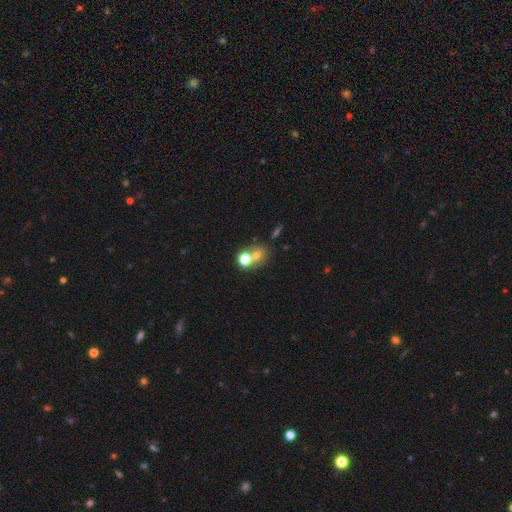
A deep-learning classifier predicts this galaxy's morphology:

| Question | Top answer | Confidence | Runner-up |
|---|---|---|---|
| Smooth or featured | smooth | 66% | star or artifact (17%) |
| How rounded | round | 63% | in between (36%) |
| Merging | merger | 46% | none (42%) |